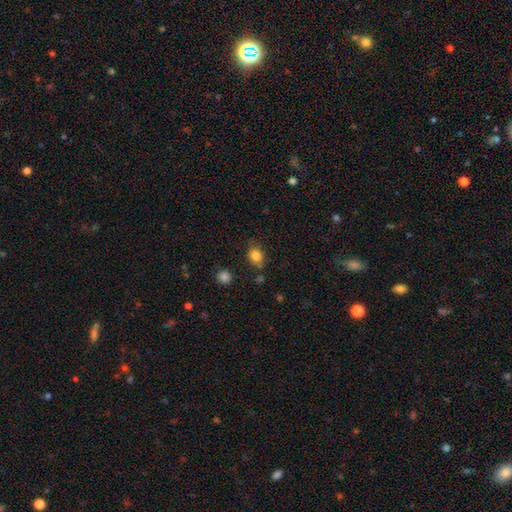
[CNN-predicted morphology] Overall: smooth (83%). How rounded: round (51%; in between 48%). Merging: none (69%).